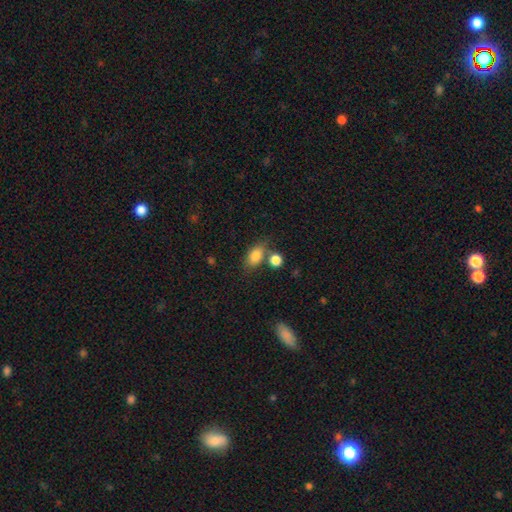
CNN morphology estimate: Q: Smooth or featured?
A: smooth (83%); runner-up: star or artifact (9%)
Q: How rounded?
A: in between (83%); runner-up: round (14%)
Q: Merging?
A: none (59%); runner-up: merger (20%)